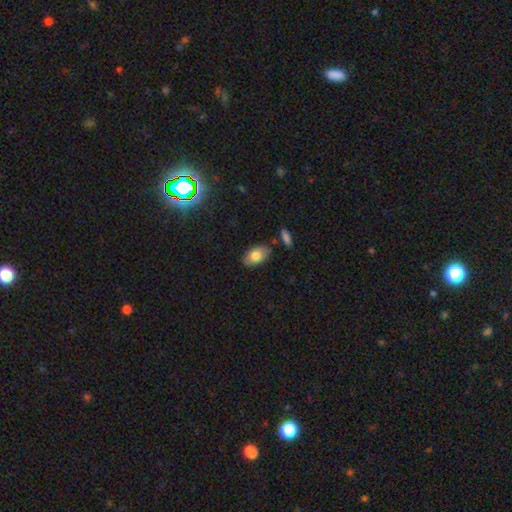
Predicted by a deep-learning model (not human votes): smooth-or-featured: smooth: 77% | featured or disk: 16% | star or artifact: 7%
  how-rounded: in between: 92% | round: 6% | cigar-shaped: 2%
  merging: none: 81% | minor disturbance: 13% | merger: 4% | major disturbance: 3%